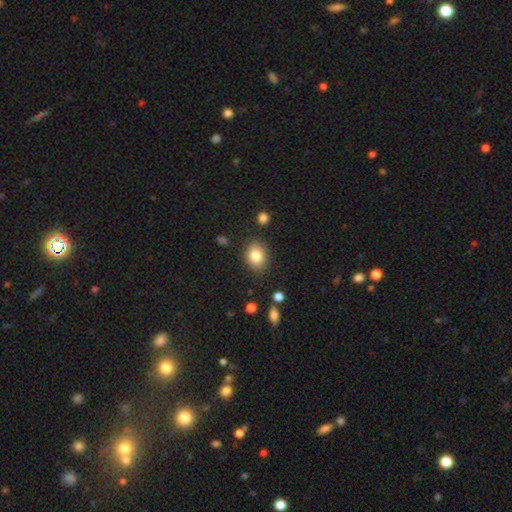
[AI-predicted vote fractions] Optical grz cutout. It shows a smooth galaxy with no disk features (82%) that is in between round and cigar-shaped (50%). Merging: none (83%).